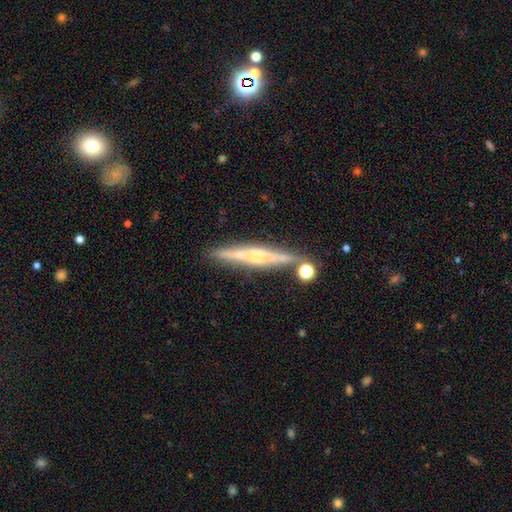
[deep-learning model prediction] A featured or disk galaxy (68%) viewed edge-on (97%) with a rounded central bulge (58%).

Vote fractions:
- Smooth or featured? featured or disk: 68% / smooth: 24% / star or artifact: 8%
- Edge-on disk? yes: 97% / no: 3%
- Edge-on bulge? rounded: 58% / none: 23% / boxy: 19%
- Merging? none: 81% / minor disturbance: 10% / merger: 7% / major disturbance: 3%